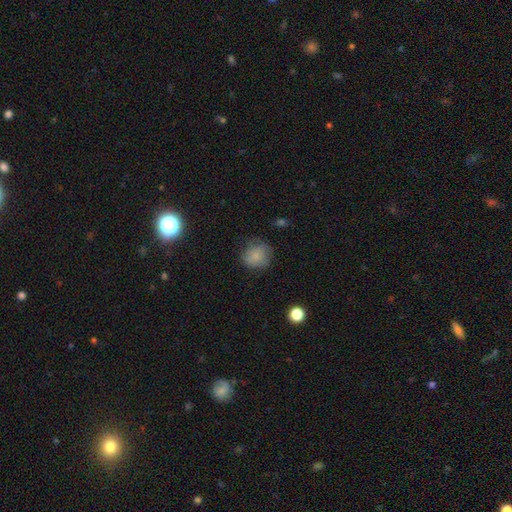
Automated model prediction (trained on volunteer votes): smooth 82%, star or artifact 10%, featured or disk 8%. Down the decision tree: how rounded — round (82%); merging — none (70%).